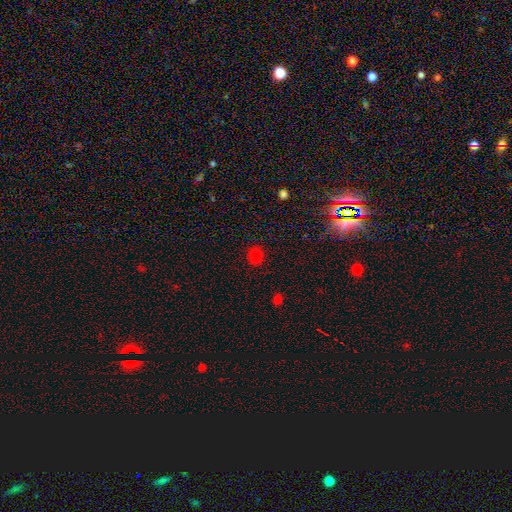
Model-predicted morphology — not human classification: This appears to be a smooth galaxy with no disk features (80%) that is round (81%). Merging: none (91%).